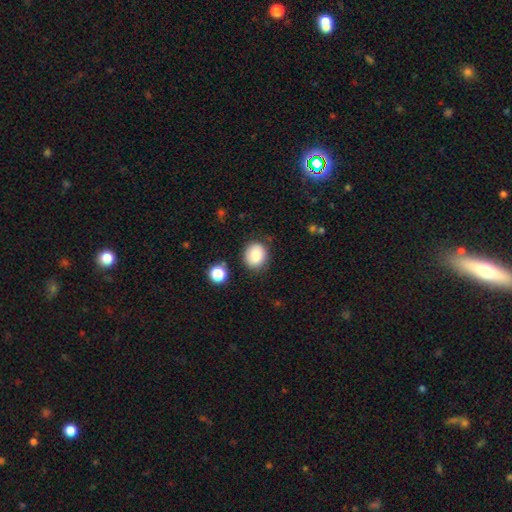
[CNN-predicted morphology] Overall: smooth (84%). How rounded: round (70%). Merging: none (82%).